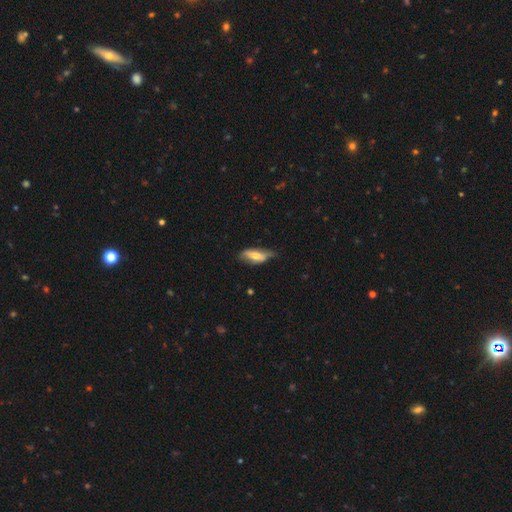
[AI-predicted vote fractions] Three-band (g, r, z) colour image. It shows a smooth galaxy with no disk features (49%). Merging: none (51%).